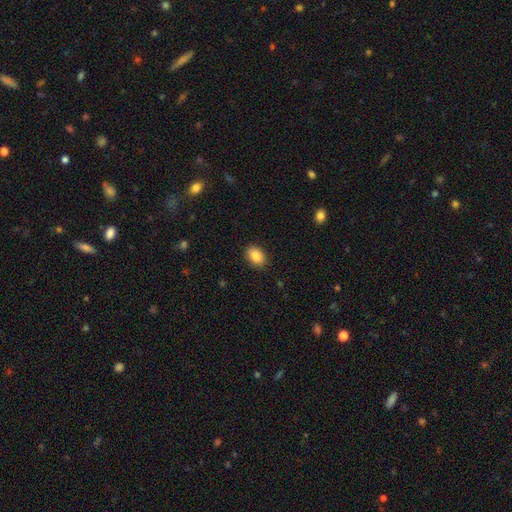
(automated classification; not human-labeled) smooth_or_featured: smooth (p=0.87) [alt: star or artifact p=0.08]
how_rounded: in between (p=0.81) [alt: round p=0.18]
merging: none (p=0.89) [alt: minor disturbance p=0.08]